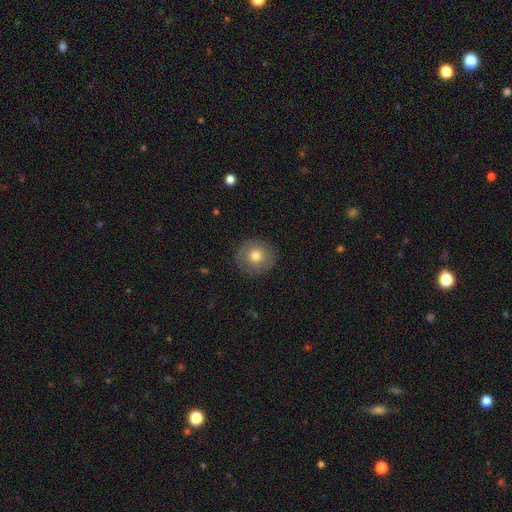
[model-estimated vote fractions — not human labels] Q: Smooth or featured?
A: smooth (74%); runner-up: featured or disk (17%)
Q: How rounded?
A: round (91%); runner-up: in between (8%)
Q: Merging?
A: none (90%); runner-up: minor disturbance (7%)